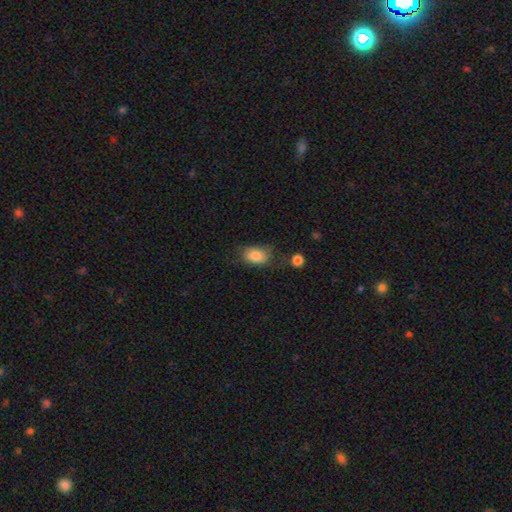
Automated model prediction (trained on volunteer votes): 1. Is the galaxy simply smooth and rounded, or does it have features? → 85% smooth, 8% star or artifact, 7% featured or disk.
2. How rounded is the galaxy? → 83% in between, 15% round, 1% cigar-shaped.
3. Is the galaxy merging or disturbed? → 57% none, 27% minor disturbance, 10% major disturbance, 5% merger.